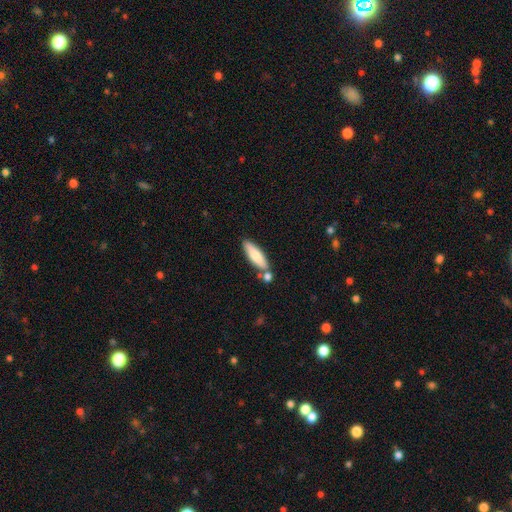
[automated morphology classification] The model was most divided on "how rounded": cigar-shaped: 55%, in between: 44%, round: 2%. More confident: smooth or featured — smooth (76%); merging — none (67%).